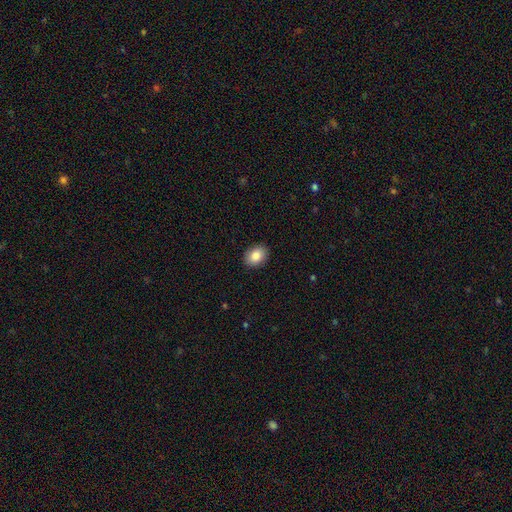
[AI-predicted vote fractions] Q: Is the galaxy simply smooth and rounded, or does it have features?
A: smooth — 87%.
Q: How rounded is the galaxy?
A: in between — 71%.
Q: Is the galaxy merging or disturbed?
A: none — 89%.